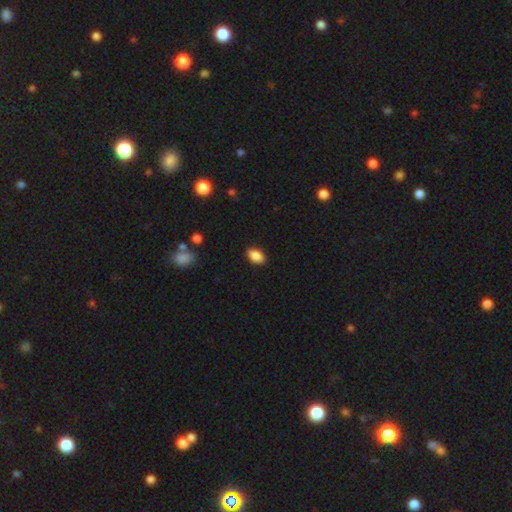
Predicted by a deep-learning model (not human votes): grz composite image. It shows a smooth galaxy with no disk features (87%) that is in between round and cigar-shaped (91%). Merging: none (86%).